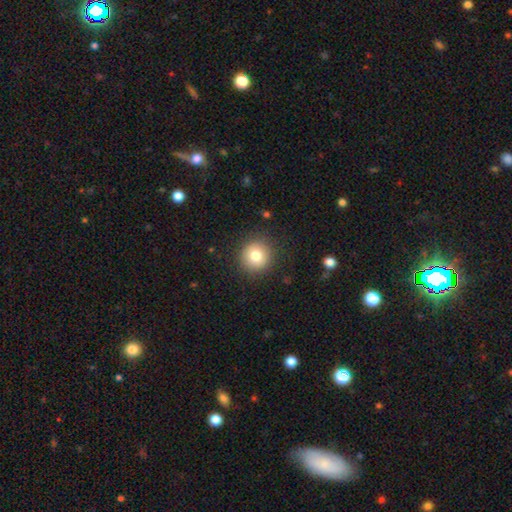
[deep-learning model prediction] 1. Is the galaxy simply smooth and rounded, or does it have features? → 80% smooth, 10% star or artifact, 9% featured or disk.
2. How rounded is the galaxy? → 93% round, 7% in between, 1% cigar-shaped.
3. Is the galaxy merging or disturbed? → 89% none, 7% minor disturbance, 2% major disturbance, 1% merger.